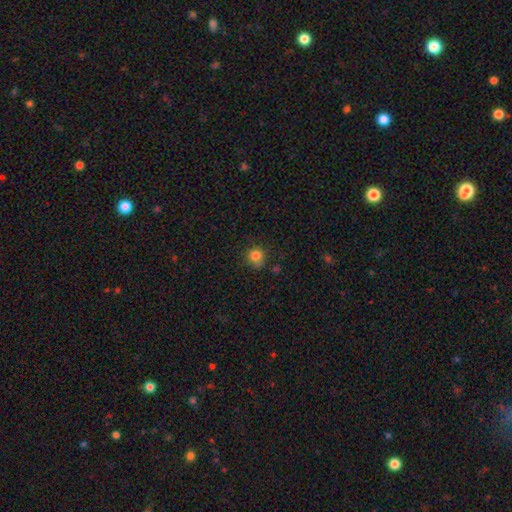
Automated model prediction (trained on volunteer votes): smooth-or-featured: smooth: 83% | star or artifact: 12% | featured or disk: 5%
  how-rounded: round: 89% | in between: 10% | cigar-shaped: 1%
  merging: none: 75% | minor disturbance: 17% | major disturbance: 5% | merger: 3%